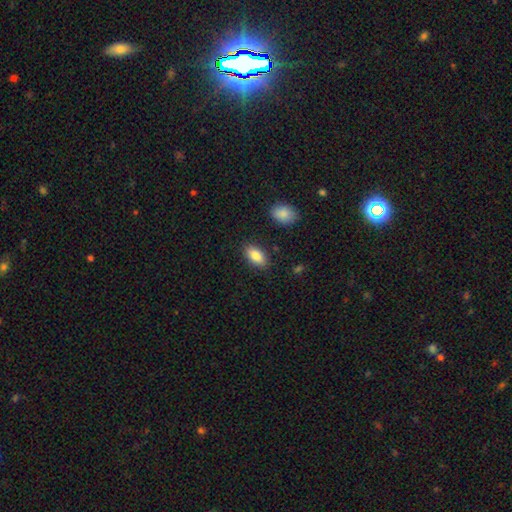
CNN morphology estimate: A smooth galaxy with no disk features (85%) that is in between round and cigar-shaped (92%). Merging: none (86%).